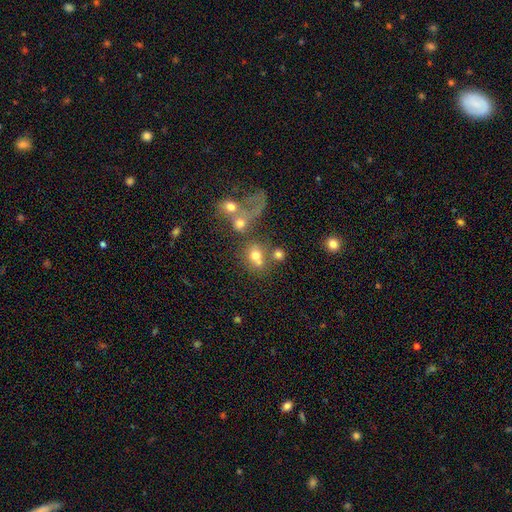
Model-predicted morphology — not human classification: A smooth galaxy with no disk features (63%) that is round (53%).

Vote fractions:
- Smooth or featured? smooth: 63% / featured or disk: 22% / star or artifact: 15%
- How rounded? round: 53% / in between: 45% / cigar-shaped: 2%
- Merging? merger: 41% / none: 33% / major disturbance: 14% / minor disturbance: 12%